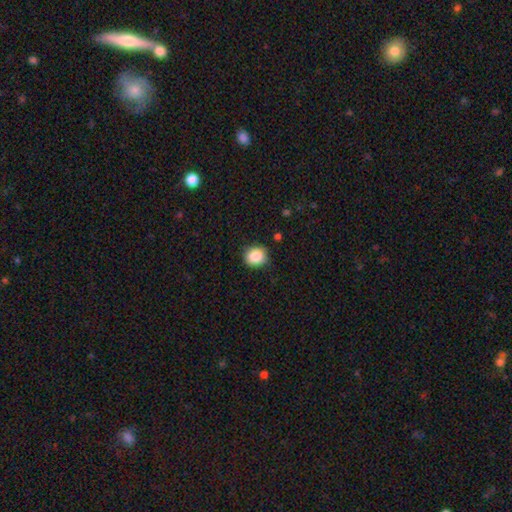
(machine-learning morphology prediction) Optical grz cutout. It shows a smooth galaxy with no disk features (86%) that is round (78%). Merging: none (85%).